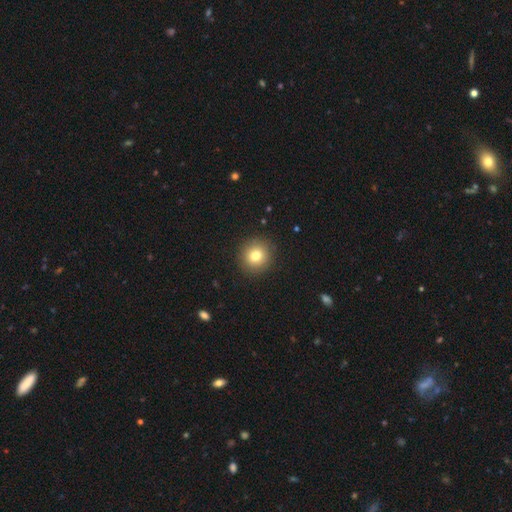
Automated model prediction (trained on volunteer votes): Q: Smooth or featured?
A: smooth (79%); runner-up: star or artifact (11%)
Q: How rounded?
A: round (92%); runner-up: in between (7%)
Q: Merging?
A: none (91%); runner-up: minor disturbance (6%)